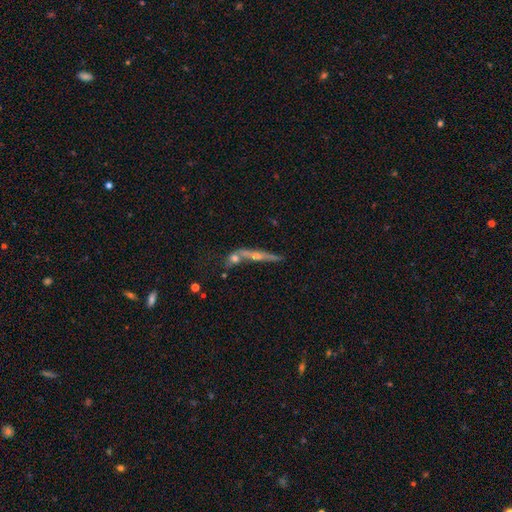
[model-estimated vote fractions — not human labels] Morphology: type=featured or disk (71%); edge-on=yes (93%); edge-on bulge=rounded (83%); merging=none (58%).